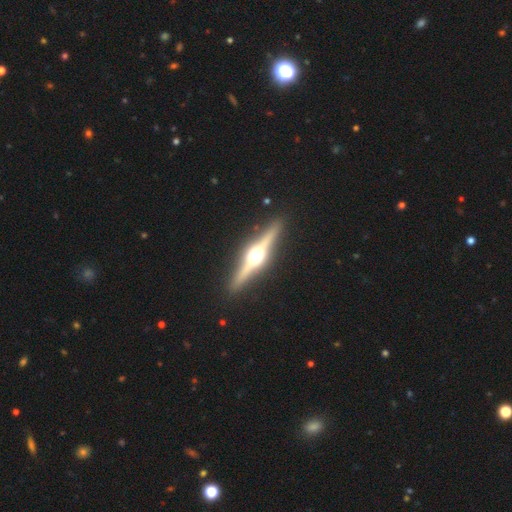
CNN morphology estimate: Smooth or featured? Predicted: featured or disk (p=0.83). Edge-on disk? Predicted: yes (p=0.98). Edge-on bulge? Predicted: rounded (p=0.96). Merging? Predicted: none (p=0.91).